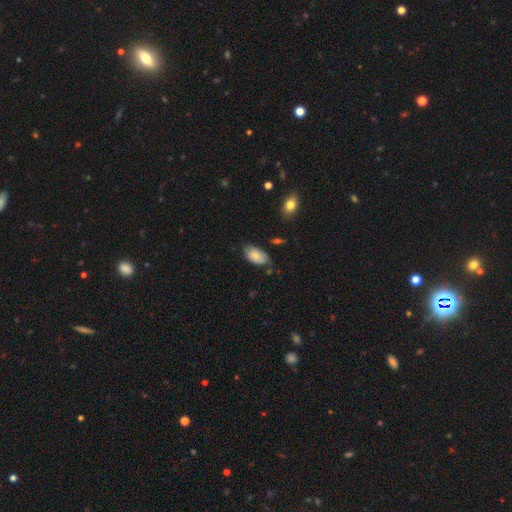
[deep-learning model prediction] A smooth galaxy with no disk features (76%) that is in between round and cigar-shaped (94%). Merging: none (66%).